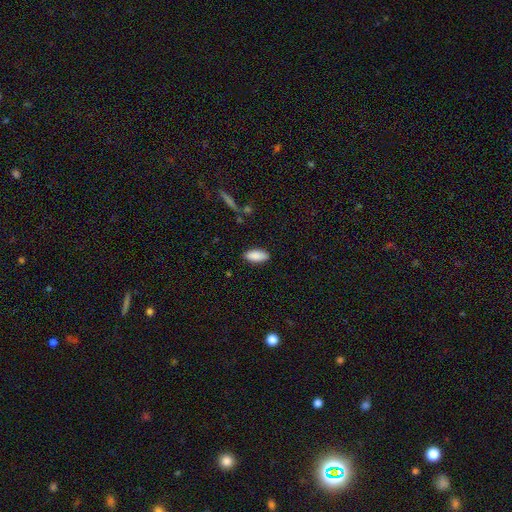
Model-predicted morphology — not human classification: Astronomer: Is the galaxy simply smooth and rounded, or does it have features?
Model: smooth — 89%.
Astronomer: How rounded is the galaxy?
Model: in between — 86%.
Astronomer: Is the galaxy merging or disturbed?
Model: none — 87%.